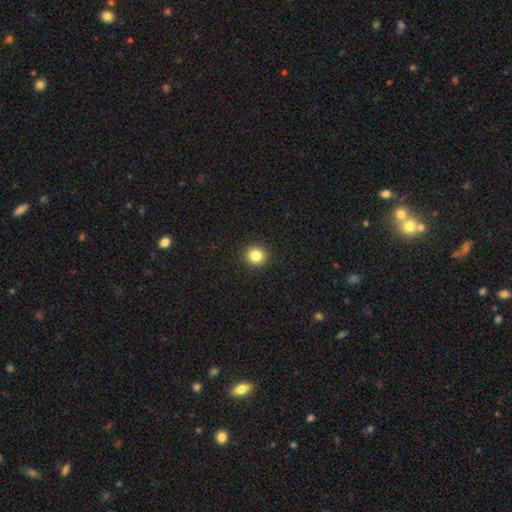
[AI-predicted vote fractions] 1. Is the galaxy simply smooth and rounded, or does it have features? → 84% smooth, 11% star or artifact, 5% featured or disk.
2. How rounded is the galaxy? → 87% round, 12% in between, 1% cigar-shaped.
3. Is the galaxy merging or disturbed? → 93% none, 5% minor disturbance, 2% major disturbance, 1% merger.